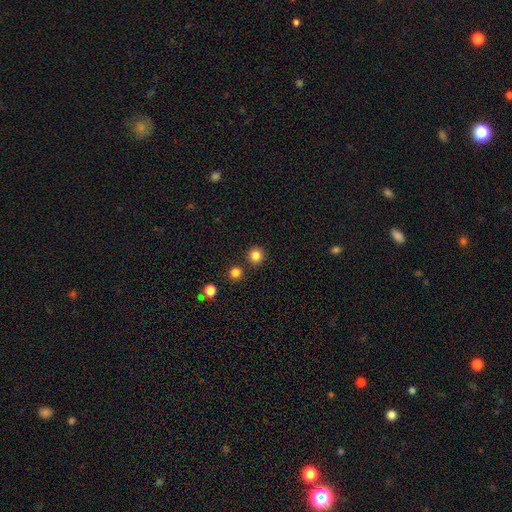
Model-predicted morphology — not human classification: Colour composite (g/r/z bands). It shows a smooth galaxy with no disk features (83%) that is round (94%). Merging: none (87%).